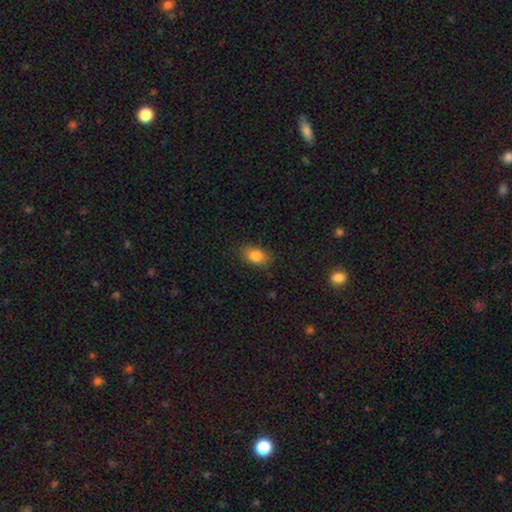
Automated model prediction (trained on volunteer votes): Overall: smooth (85%). How rounded: in between (82%). Merging: none (82%).